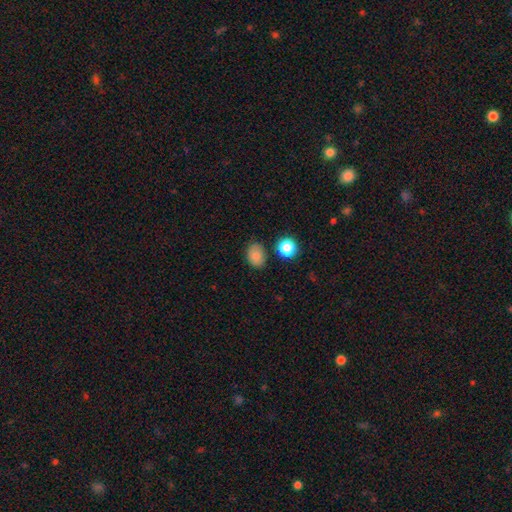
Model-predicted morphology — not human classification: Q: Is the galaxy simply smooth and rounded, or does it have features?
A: smooth — 83%.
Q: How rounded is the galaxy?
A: in between — 69%.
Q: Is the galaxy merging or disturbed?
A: none — 78%.